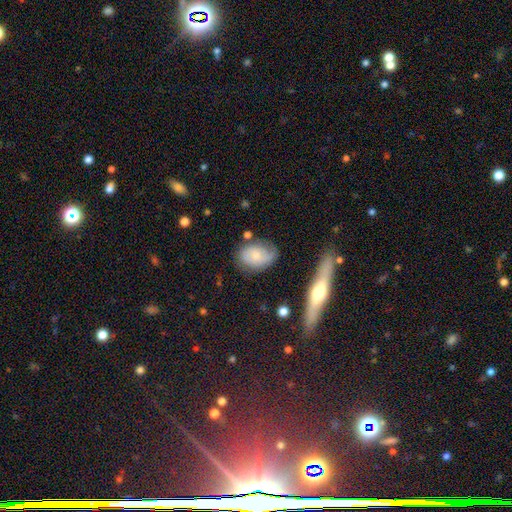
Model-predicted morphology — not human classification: The model was most divided on "smooth or featured": smooth: 50%, featured or disk: 42%, star or artifact: 8%. More confident: merging — none (59%).